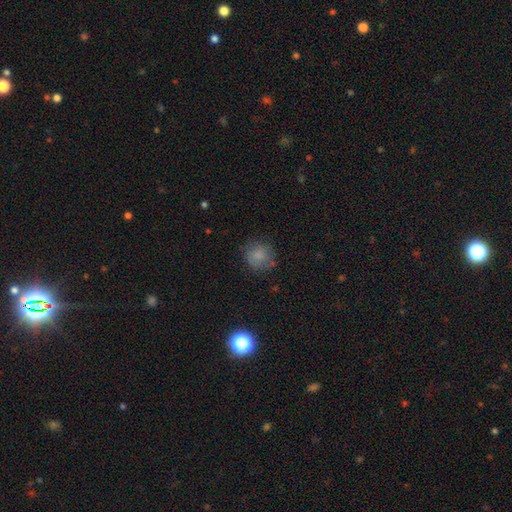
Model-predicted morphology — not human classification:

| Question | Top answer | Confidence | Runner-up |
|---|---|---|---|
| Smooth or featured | smooth | 75% | star or artifact (14%) |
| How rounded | round | 87% | in between (12%) |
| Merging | none | 76% | minor disturbance (17%) |